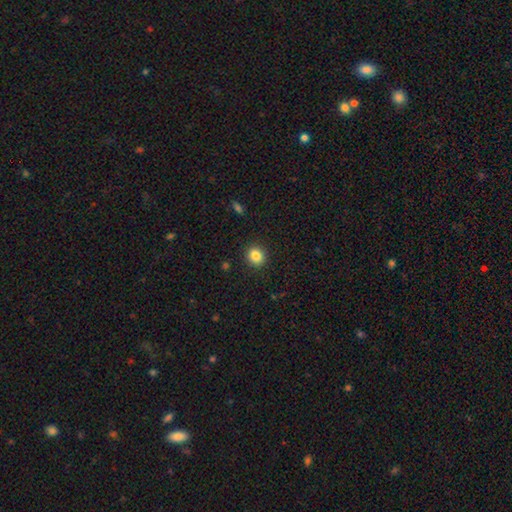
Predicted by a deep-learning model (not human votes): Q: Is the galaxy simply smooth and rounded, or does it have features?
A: smooth — 84%.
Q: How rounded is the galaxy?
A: round — 83%.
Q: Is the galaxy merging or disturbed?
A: none — 91%.